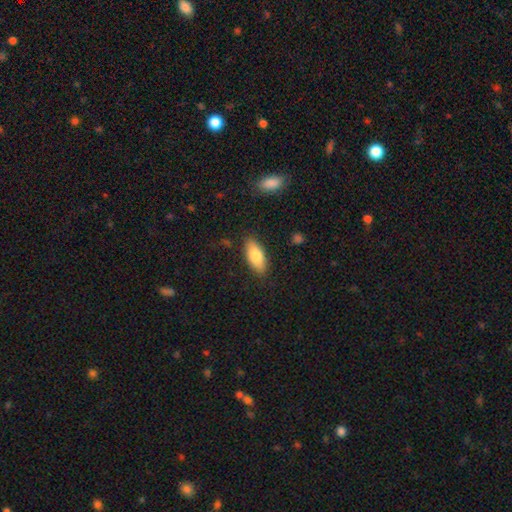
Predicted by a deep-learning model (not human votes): Morphology: type=smooth (78%); roundness=in between (82%); merging=none (86%).